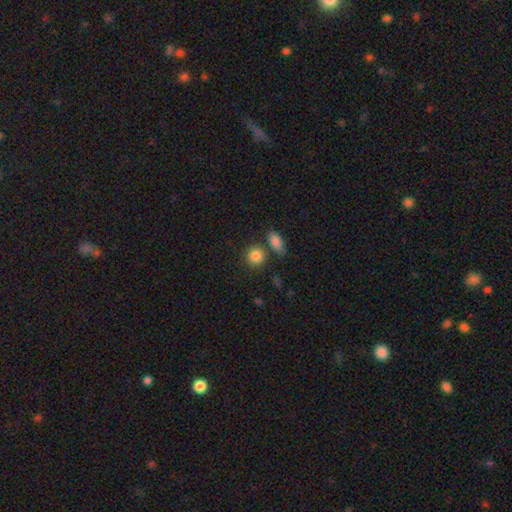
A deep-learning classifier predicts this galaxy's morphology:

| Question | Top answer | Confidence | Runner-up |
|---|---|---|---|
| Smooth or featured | smooth | 86% | star or artifact (8%) |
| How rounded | round | 81% | in between (17%) |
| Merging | none | 71% | merger (14%) |